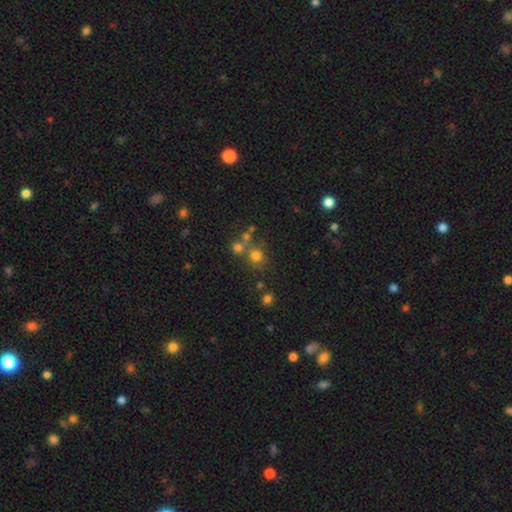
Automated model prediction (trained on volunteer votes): smooth_or_featured: smooth (p=0.71) [alt: star or artifact p=0.20]
how_rounded: round (p=0.87) [alt: in between p=0.12]
merging: none (p=0.63) [alt: merger p=0.24]